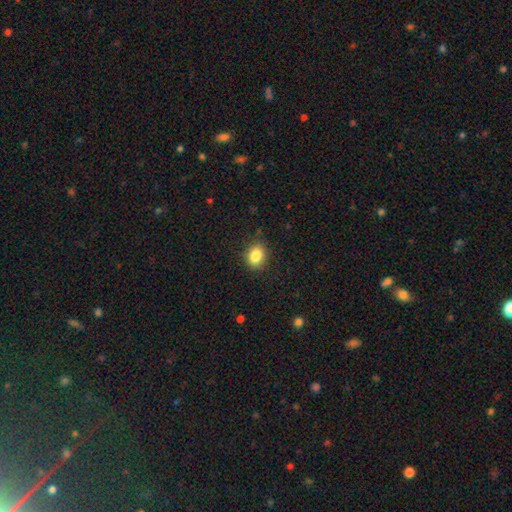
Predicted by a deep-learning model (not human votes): A smooth galaxy with no disk features (85%) that is in between round and cigar-shaped (63%). Merging: none (86%).